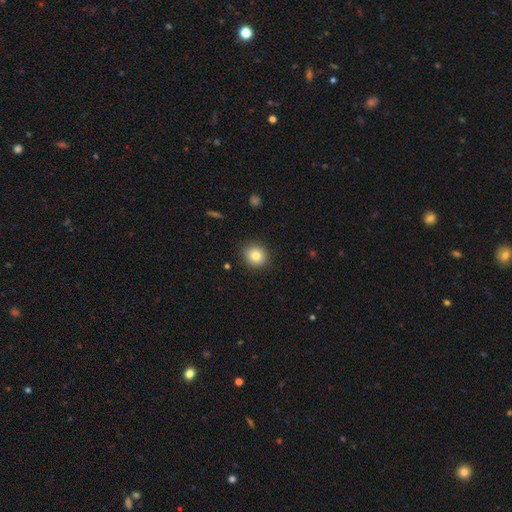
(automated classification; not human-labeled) Smooth or featured? Predicted: smooth (p=0.82). How rounded? Predicted: round (p=0.88). Merging? Predicted: none (p=0.89).